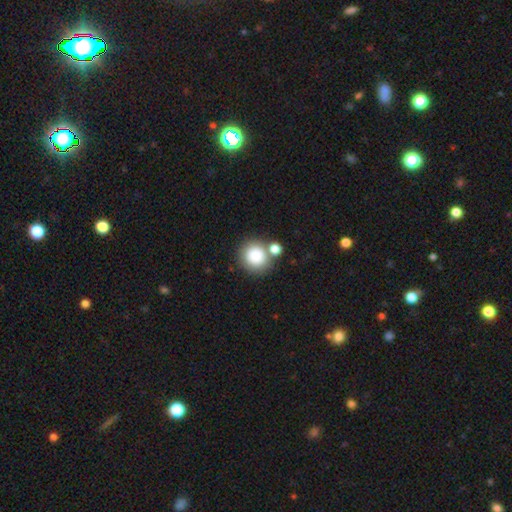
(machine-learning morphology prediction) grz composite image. It shows a smooth galaxy with no disk features (84%) that is round (89%). Merging: none (62%).